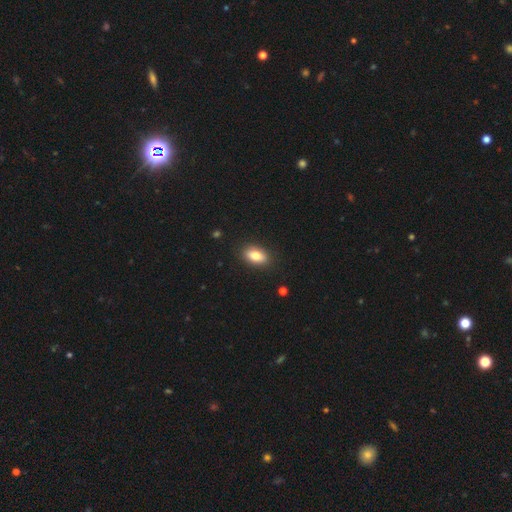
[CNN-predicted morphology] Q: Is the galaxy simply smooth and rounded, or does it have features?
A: smooth — 81%.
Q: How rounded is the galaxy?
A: in between — 88%.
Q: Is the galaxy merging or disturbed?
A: none — 88%.